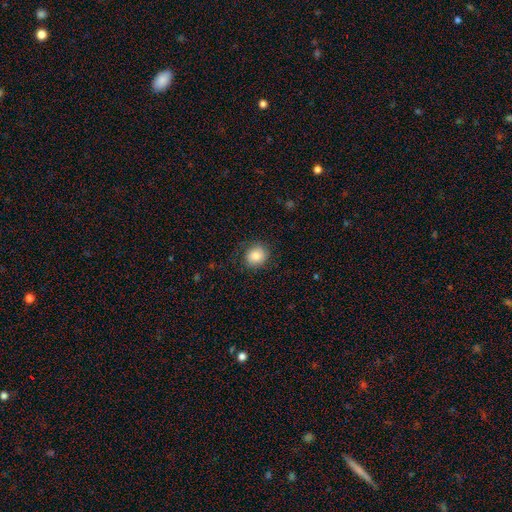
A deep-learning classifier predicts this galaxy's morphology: Q: Smooth or featured?
A: smooth (83%); runner-up: featured or disk (8%)
Q: How rounded?
A: round (78%); runner-up: in between (21%)
Q: Merging?
A: none (78%); runner-up: minor disturbance (15%)